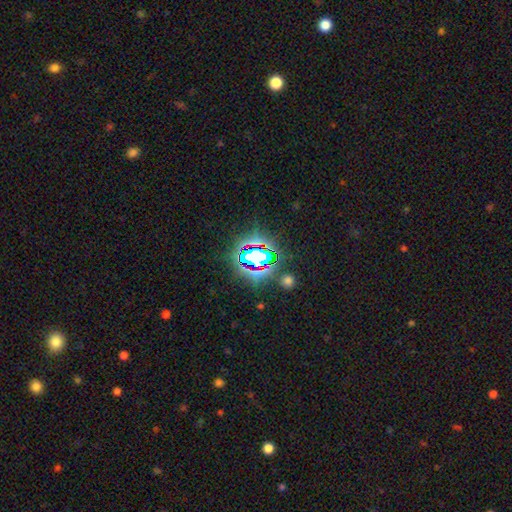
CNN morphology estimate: smooth_or_featured: star or artifact (p=0.71) [alt: smooth p=0.17]